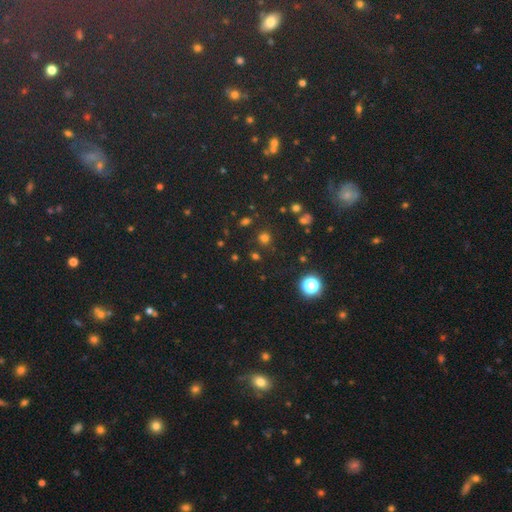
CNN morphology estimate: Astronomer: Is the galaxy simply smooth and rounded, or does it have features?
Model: star or artifact — 53% (runner-up: smooth, 40%).